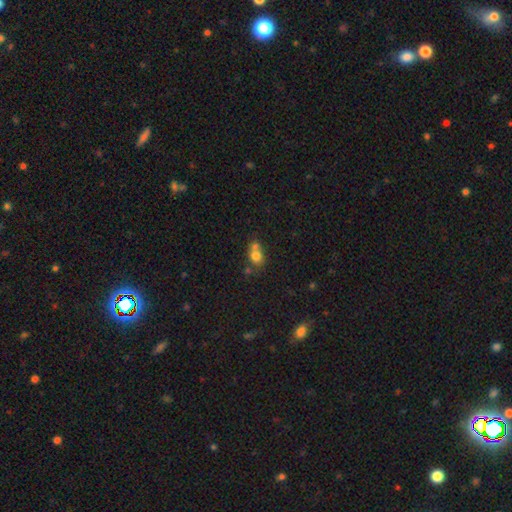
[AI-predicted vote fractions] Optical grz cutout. It shows a smooth galaxy with no disk features (75%) that is round (62%). Merging: merger (52%).